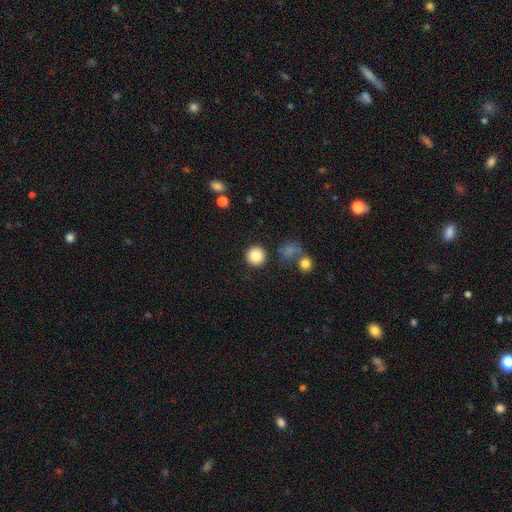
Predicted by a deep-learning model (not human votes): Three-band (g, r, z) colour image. It shows a smooth galaxy with no disk features (84%) that is round (95%). Merging: none (89%).